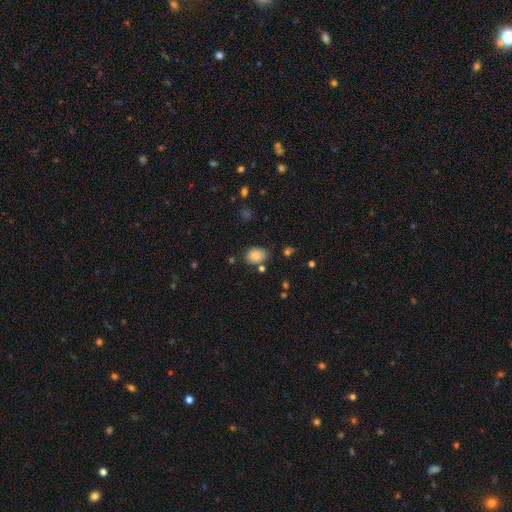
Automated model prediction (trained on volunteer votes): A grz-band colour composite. It shows a smooth galaxy with no disk features (82%) that is in between round and cigar-shaped (62%). Merging: none (75%).